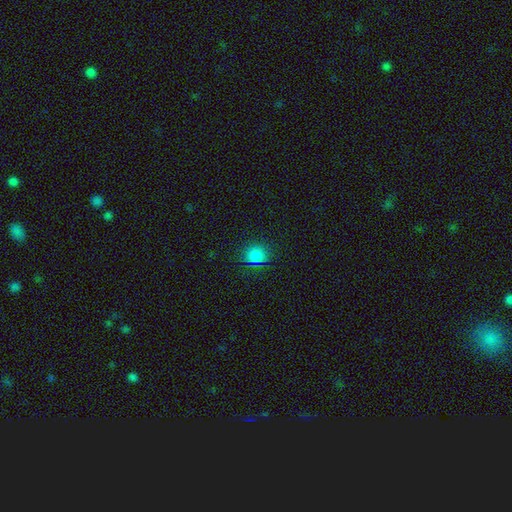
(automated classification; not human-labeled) Q: Smooth or featured?
A: smooth (81%); runner-up: star or artifact (15%)
Q: How rounded?
A: round (87%); runner-up: in between (12%)
Q: Merging?
A: none (88%); runner-up: minor disturbance (8%)